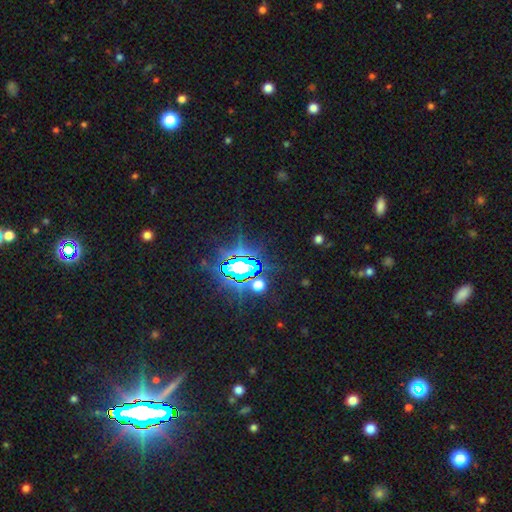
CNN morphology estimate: smooth-or-featured: star or artifact: 84% | smooth: 8% | featured or disk: 7%